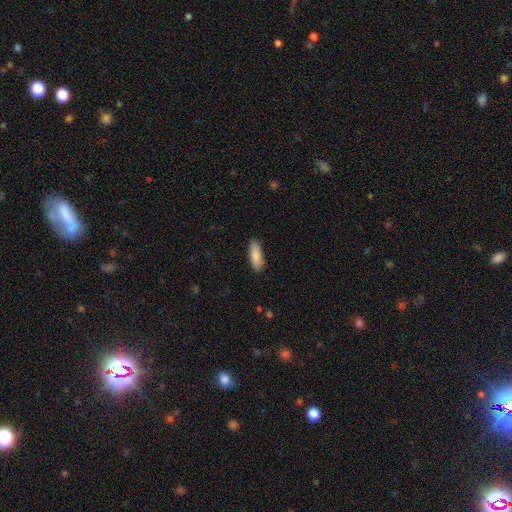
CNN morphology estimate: Overall: smooth (87%). How rounded: in between (61%; cigar-shaped 37%). Merging: none (88%).